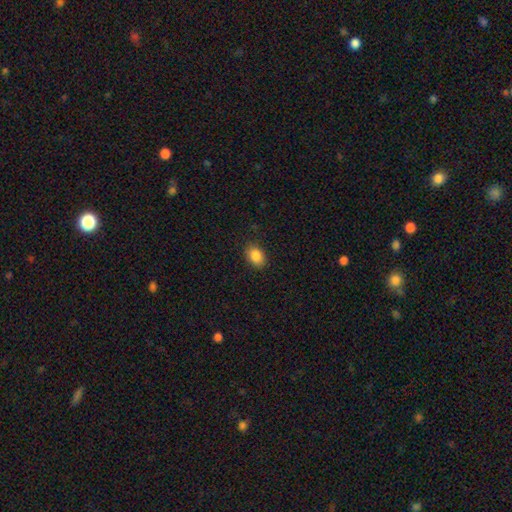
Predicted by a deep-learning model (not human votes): Overall: smooth (87%). How rounded: in between (72%). Merging: none (86%).